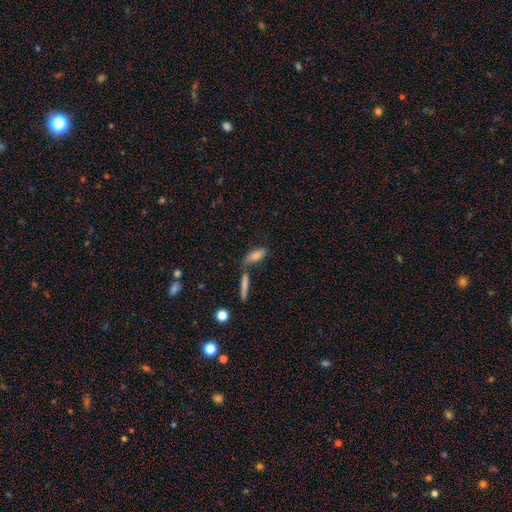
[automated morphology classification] The model was most divided on "how rounded": in between: 63%, cigar-shaped: 34%, round: 3%. More confident: smooth or featured — smooth (76%); merging — none (58%).